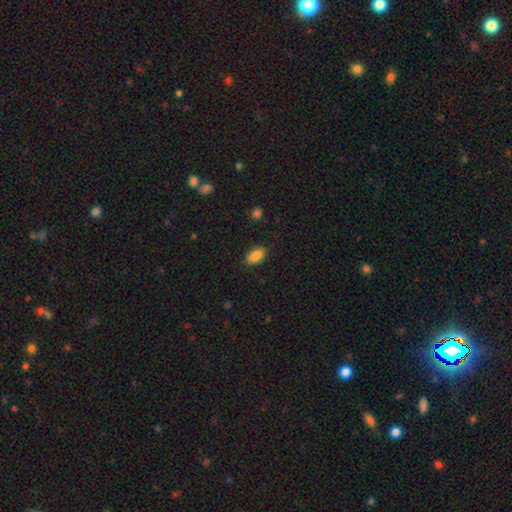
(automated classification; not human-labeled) smooth-or-featured: smooth: 86% | star or artifact: 8% | featured or disk: 6%
  how-rounded: in between: 92% | round: 5% | cigar-shaped: 3%
  merging: none: 86% | minor disturbance: 10% | major disturbance: 2% | merger: 1%